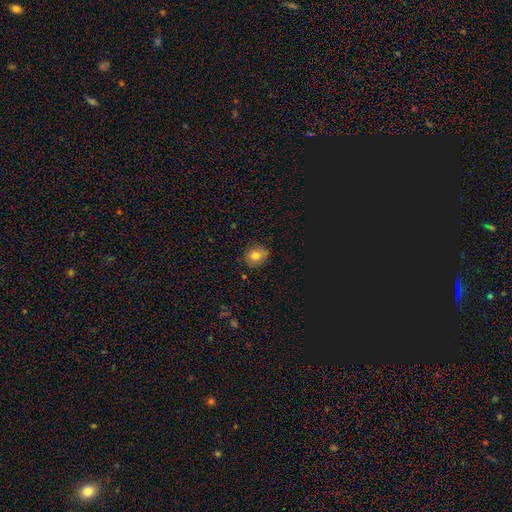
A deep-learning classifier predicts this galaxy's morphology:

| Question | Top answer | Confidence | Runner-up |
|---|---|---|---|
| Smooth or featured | smooth | 78% | star or artifact (12%) |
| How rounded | round | 66% | in between (33%) |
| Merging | none | 81% | minor disturbance (14%) |